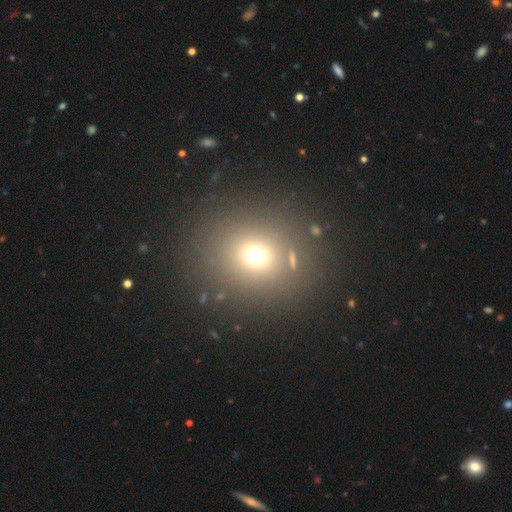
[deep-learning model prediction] A smooth galaxy with no disk features (66%) that is round (81%).

Vote fractions:
- Smooth or featured? smooth: 66% / star or artifact: 24% / featured or disk: 10%
- How rounded? round: 81% / in between: 18% / cigar-shaped: 1%
- Merging? none: 78% / minor disturbance: 9% / merger: 8% / major disturbance: 6%